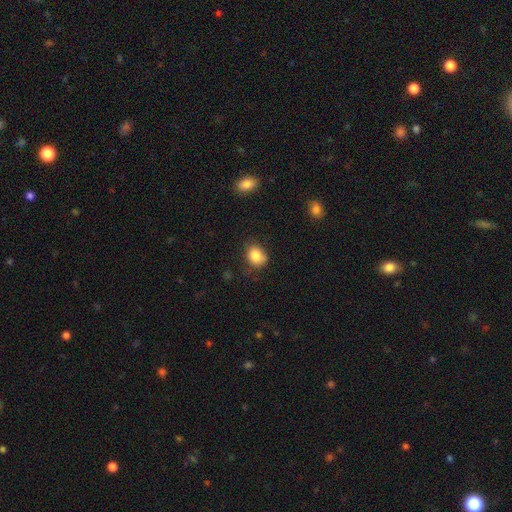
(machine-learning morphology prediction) smooth-or-featured: smooth: 85% | star or artifact: 9% | featured or disk: 6%
  how-rounded: round: 51% | in between: 48% | cigar-shaped: 1%
  merging: none: 66% | minor disturbance: 25% | major disturbance: 6% | merger: 3%